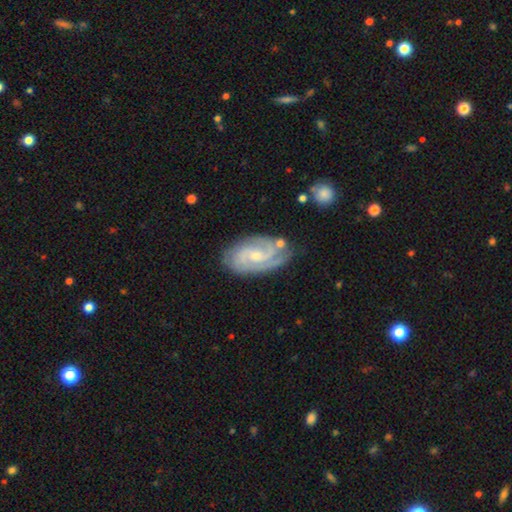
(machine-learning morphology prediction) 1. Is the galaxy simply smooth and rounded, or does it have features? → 87% featured or disk, 8% smooth, 5% star or artifact.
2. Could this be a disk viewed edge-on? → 97% no, 3% yes.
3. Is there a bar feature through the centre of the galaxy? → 47% no, 44% weak, 9% strong.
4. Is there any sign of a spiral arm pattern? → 97% yes, 3% no.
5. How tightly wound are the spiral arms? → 54% tight, 39% medium, 8% loose.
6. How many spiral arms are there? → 59% 2, 21% 3, 11% can't tell, 4% 4, 3% 1, 3% more than 4.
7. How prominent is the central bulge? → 59% small, 37% moderate, 3% none, 1% large, 1% dominant.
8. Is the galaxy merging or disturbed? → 70% none, 20% minor disturbance, 6% major disturbance, 4% merger.